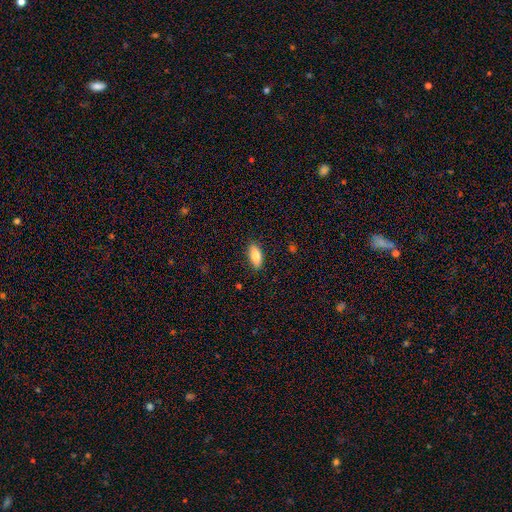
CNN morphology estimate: smooth-or-featured: smooth: 83% | featured or disk: 10% | star or artifact: 7%
  how-rounded: in between: 82% | cigar-shaped: 15% | round: 2%
  merging: none: 86% | minor disturbance: 11% | major disturbance: 2% | merger: 1%